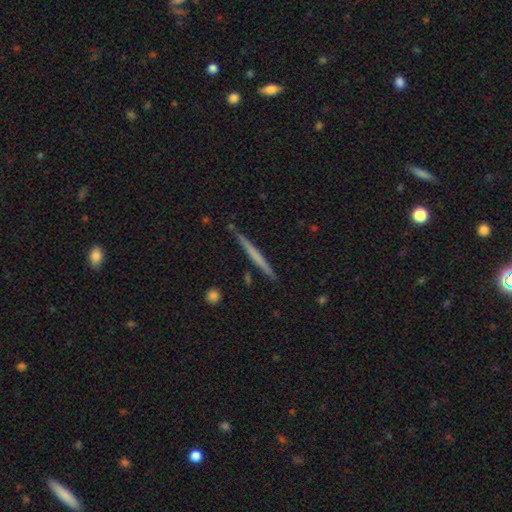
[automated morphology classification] Smooth or featured: smooth — 49% (featured or disk — 45%)
Merging: none — 89% (minor disturbance — 8%)